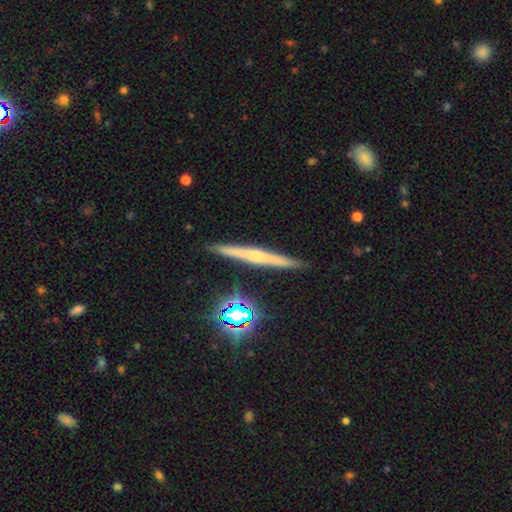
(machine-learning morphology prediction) featured or disk 56%, smooth 32%, star or artifact 11%. Down the decision tree: edge-on disk — yes (97%); edge-on bulge — none (49%); merging — none (90%).